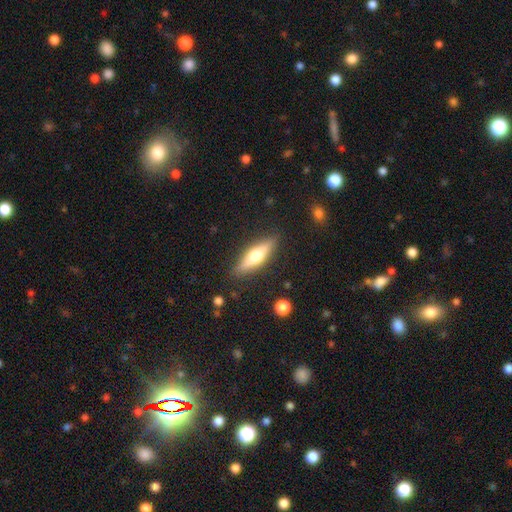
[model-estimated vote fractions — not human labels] smooth-or-featured: featured or disk: 53% | smooth: 41% | star or artifact: 6%
  disk-edge-on: yes: 93% | no: 7%
  merging: none: 87% | minor disturbance: 9% | major disturbance: 2% | merger: 1%